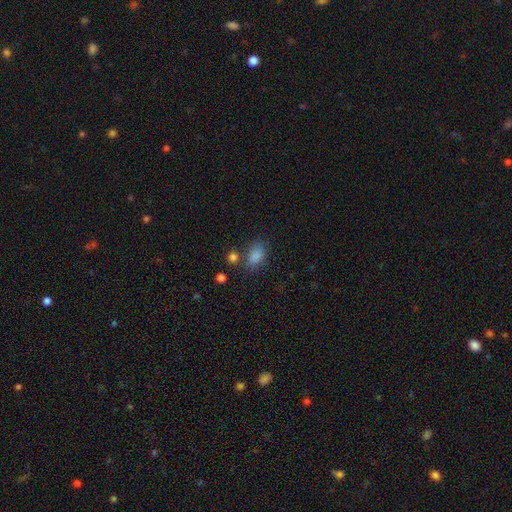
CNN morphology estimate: Q: Smooth or featured?
A: smooth (84%); runner-up: star or artifact (11%)
Q: How rounded?
A: in between (85%); runner-up: round (13%)
Q: Merging?
A: none (63%); runner-up: minor disturbance (19%)